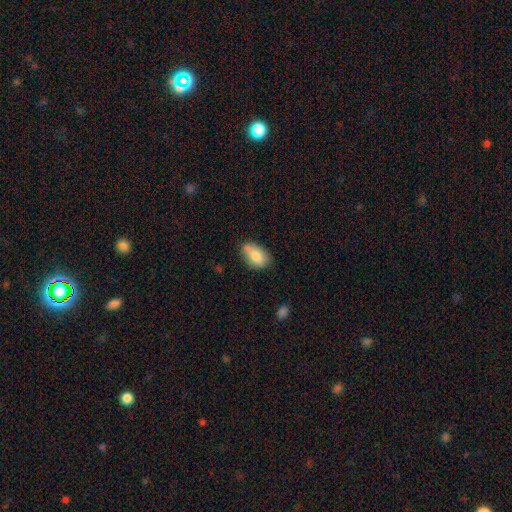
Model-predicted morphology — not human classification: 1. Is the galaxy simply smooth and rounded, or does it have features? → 79% smooth, 14% featured or disk, 7% star or artifact.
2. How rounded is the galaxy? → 90% in between, 6% round, 3% cigar-shaped.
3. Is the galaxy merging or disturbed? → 60% none, 29% minor disturbance, 6% major disturbance, 5% merger.